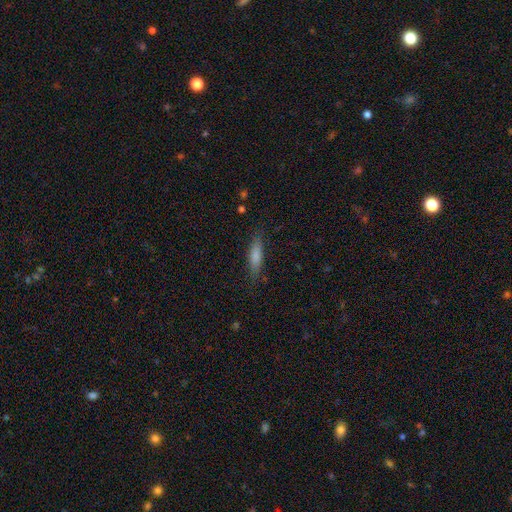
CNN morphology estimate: smooth 78%, featured or disk 15%, star or artifact 7%. Down the decision tree: how rounded — cigar-shaped (62%); merging — none (81%).